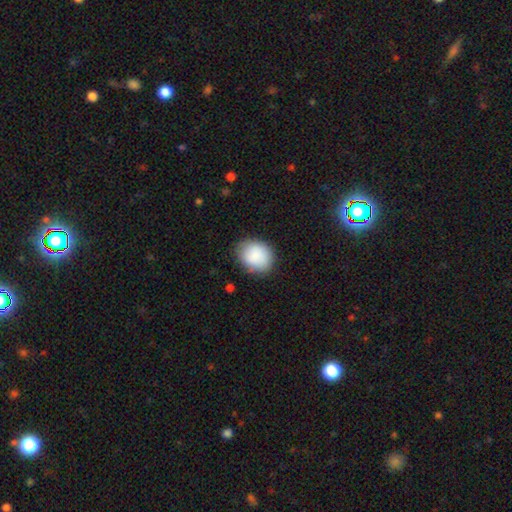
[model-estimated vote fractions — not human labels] Q: Smooth or featured?
A: smooth (87%); runner-up: star or artifact (7%)
Q: How rounded?
A: round (57%); runner-up: in between (42%)
Q: Merging?
A: none (80%); runner-up: minor disturbance (15%)